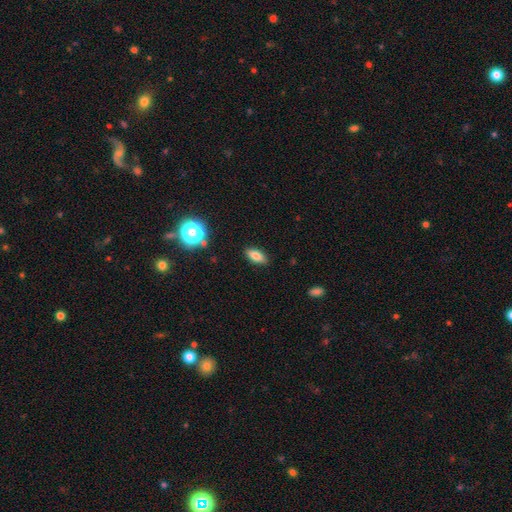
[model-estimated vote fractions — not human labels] Q: Smooth or featured?
A: smooth (75%); runner-up: featured or disk (14%)
Q: How rounded?
A: in between (78%); runner-up: cigar-shaped (17%)
Q: Merging?
A: none (88%); runner-up: minor disturbance (9%)